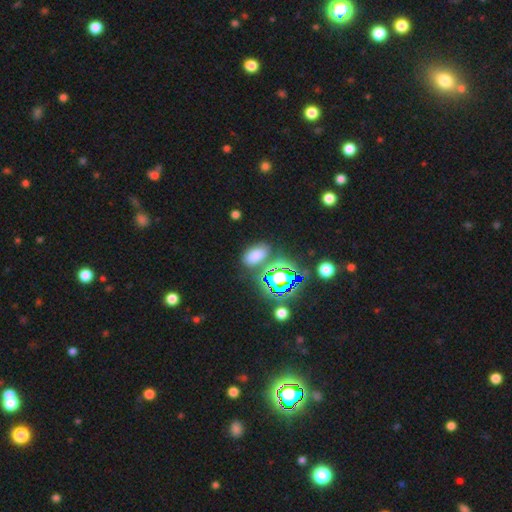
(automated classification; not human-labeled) smooth_or_featured: smooth (p=0.61) [alt: star or artifact p=0.30]
how_rounded: in between (p=0.86) [alt: round p=0.11]
merging: none (p=0.75) [alt: minor disturbance p=0.12]